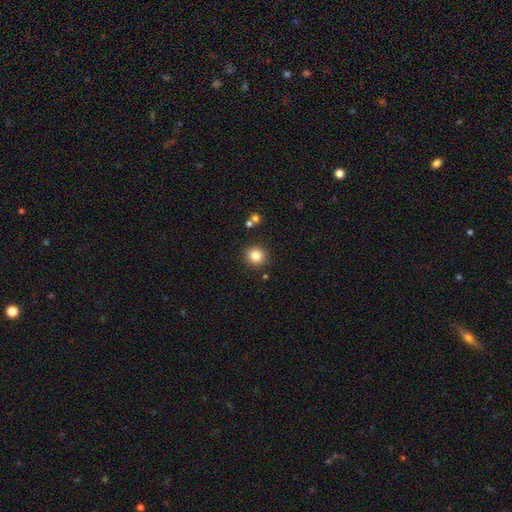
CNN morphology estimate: A smooth galaxy with no disk features (83%) that is round (90%). Merging: none (88%).